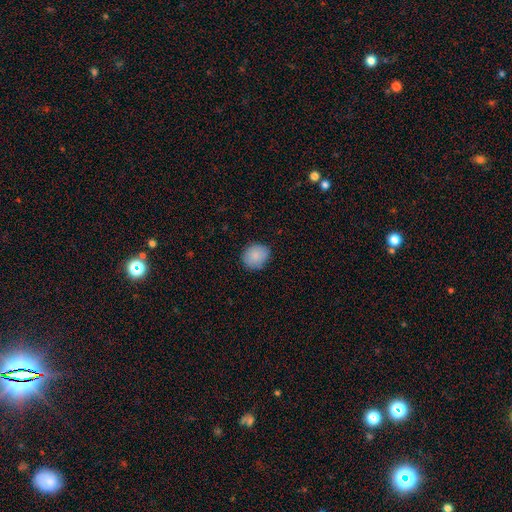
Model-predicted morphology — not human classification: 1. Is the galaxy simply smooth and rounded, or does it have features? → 87% smooth, 8% star or artifact, 5% featured or disk.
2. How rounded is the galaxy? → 66% round, 33% in between, 1% cigar-shaped.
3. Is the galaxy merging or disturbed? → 82% none, 14% minor disturbance, 3% major disturbance, 1% merger.